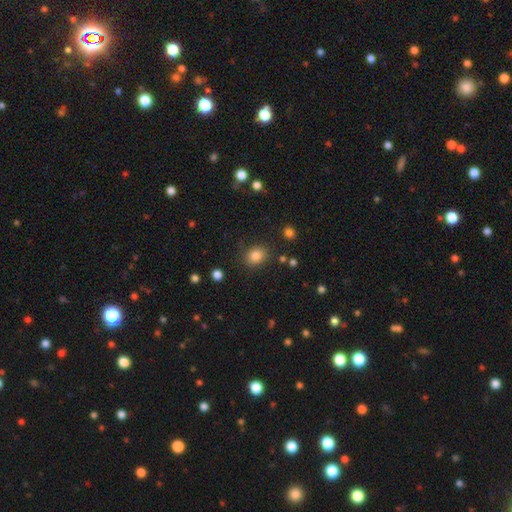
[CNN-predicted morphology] This appears to be a smooth galaxy with no disk features (83%) that is round (60%). Merging: none (83%).